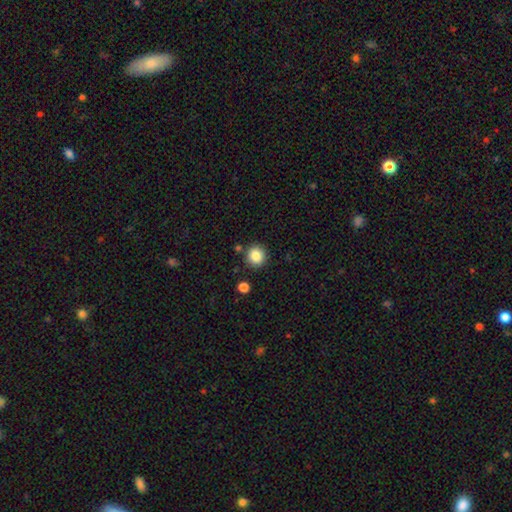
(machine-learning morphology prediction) This appears to be a smooth galaxy with no disk features (86%) that is round (91%). Merging: none (87%).